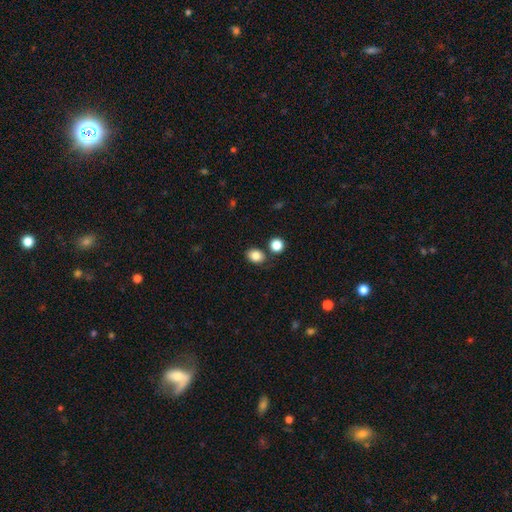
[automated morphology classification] Smooth or featured? smooth (84%)
How rounded? in between (56%)
Merging? none (78%)